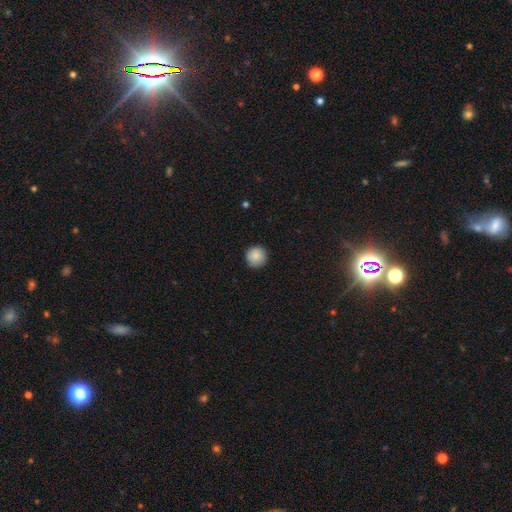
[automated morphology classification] Smooth or featured? Predicted: smooth (p=0.86). How rounded? Predicted: round (p=0.95). Merging? Predicted: none (p=0.90).